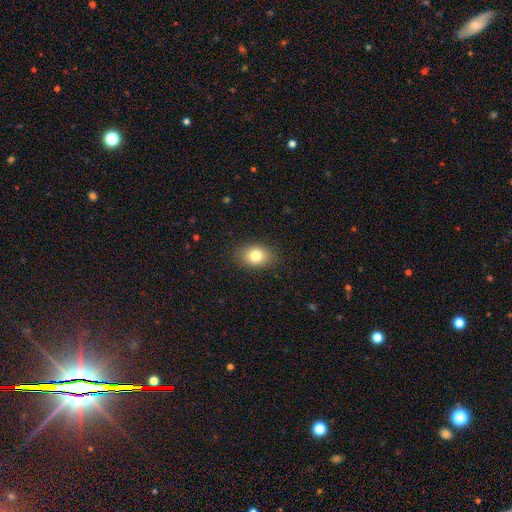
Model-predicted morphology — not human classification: Overall: smooth (80%). How rounded: in between (73%). Merging: none (87%).